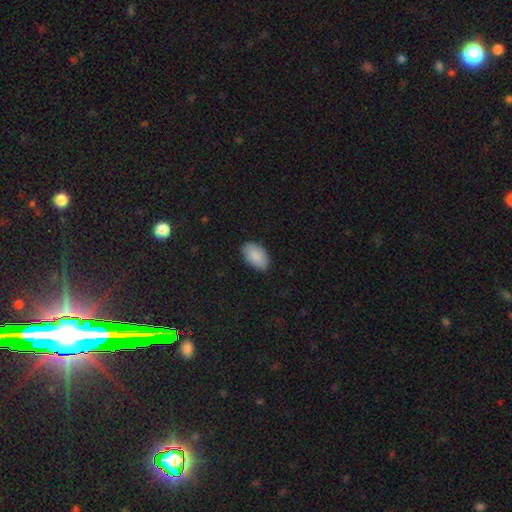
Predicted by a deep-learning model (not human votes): Smooth or featured? smooth (88%)
How rounded? in between (94%)
Merging? none (86%)